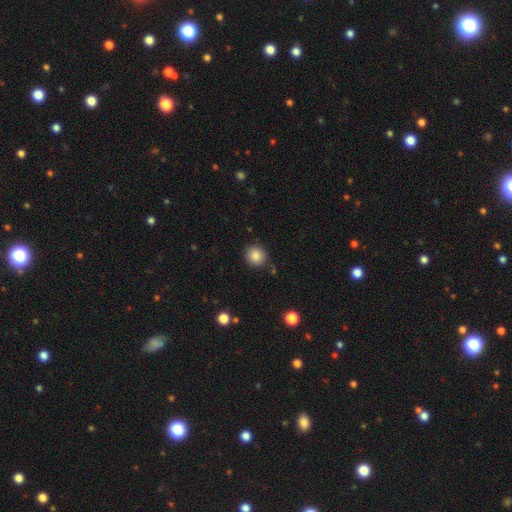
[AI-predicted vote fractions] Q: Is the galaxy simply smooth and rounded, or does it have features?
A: smooth — 86%.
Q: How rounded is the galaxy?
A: round — 86%.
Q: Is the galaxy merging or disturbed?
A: none — 86%.